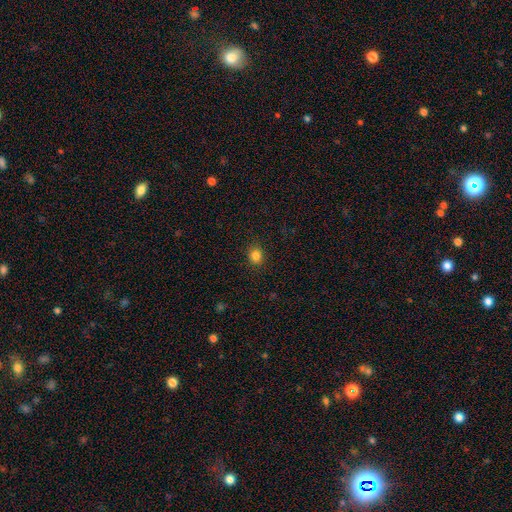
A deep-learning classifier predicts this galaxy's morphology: Smooth or featured?
  - smooth: 83% *
  - star or artifact: 12%
  - featured or disk: 5%
How rounded?
  - round: 74% *
  - in between: 25%
  - cigar-shaped: 1%
Merging?
  - none: 89% *
  - minor disturbance: 7%
  - major disturbance: 2%
  - merger: 1%